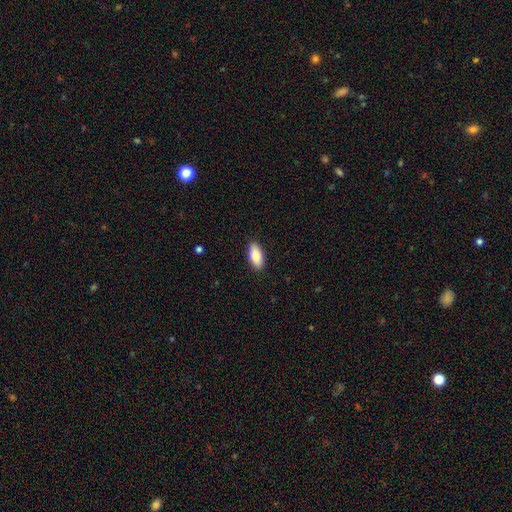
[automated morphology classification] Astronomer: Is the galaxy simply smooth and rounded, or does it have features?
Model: smooth — 85%.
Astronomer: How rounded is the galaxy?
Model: in between — 89%.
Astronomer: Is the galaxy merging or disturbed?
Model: none — 89%.